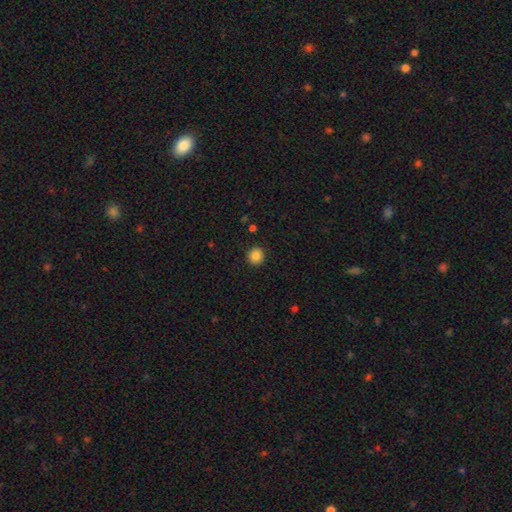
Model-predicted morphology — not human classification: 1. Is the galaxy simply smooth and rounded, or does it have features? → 86% smooth, 10% star or artifact, 4% featured or disk.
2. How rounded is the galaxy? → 93% round, 6% in between, 1% cigar-shaped.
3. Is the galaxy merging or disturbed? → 92% none, 5% minor disturbance, 2% major disturbance, 1% merger.